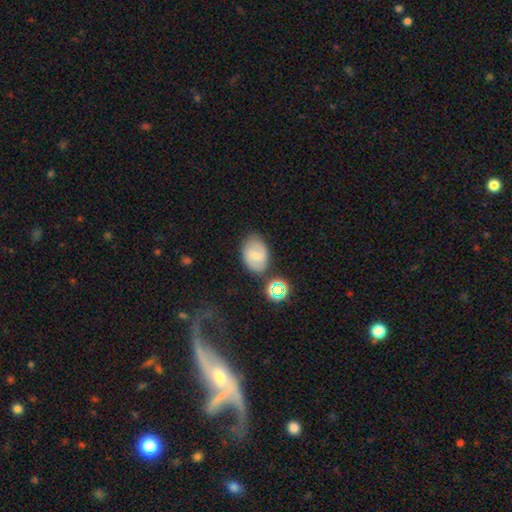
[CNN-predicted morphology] smooth-or-featured: smooth: 56% | featured or disk: 32% | star or artifact: 12%
  how-rounded: in between: 76% | round: 22% | cigar-shaped: 1%
  merging: none: 69% | minor disturbance: 19% | merger: 7% | major disturbance: 5%